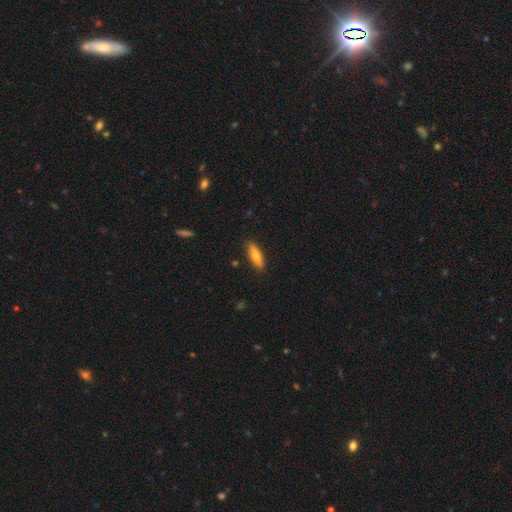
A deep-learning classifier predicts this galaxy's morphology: The model was most divided on "how rounded": cigar-shaped: 51%, in between: 47%, round: 2%. More confident: merging — none (87%); smooth or featured — smooth (71%).